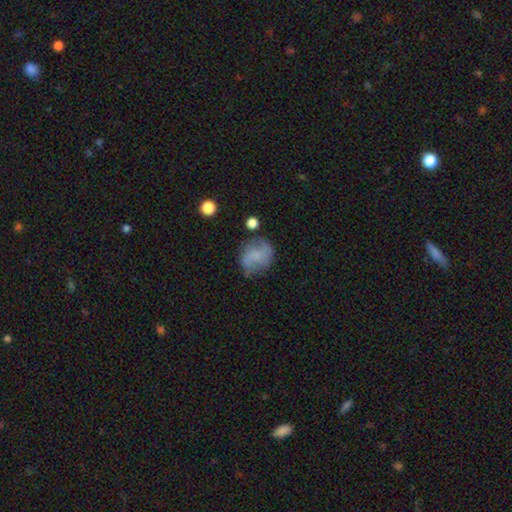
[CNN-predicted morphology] A smooth galaxy with no disk features (51%) that is round (66%). Merging: none (60%).